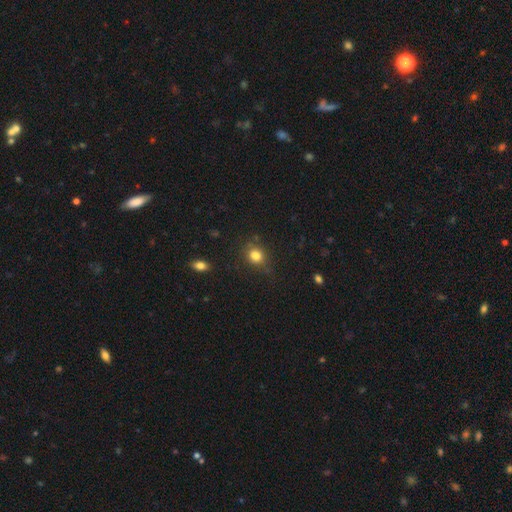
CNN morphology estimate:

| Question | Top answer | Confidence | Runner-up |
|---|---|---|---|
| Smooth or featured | smooth | 82% | star or artifact (11%) |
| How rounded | round | 61% | in between (37%) |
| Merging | none | 75% | minor disturbance (17%) |